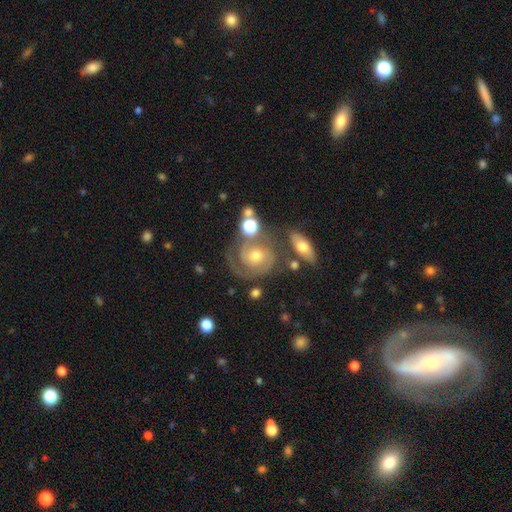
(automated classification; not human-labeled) smooth-or-featured: featured or disk: 84% | smooth: 10% | star or artifact: 6%
  disk-edge-on: no: 97% | yes: 3%
    bar: no: 71% | weak: 24% | strong: 5%
    has-spiral-arms: yes: 96% | no: 4%
      spiral-winding: tight: 65% | medium: 29% | loose: 7%
      spiral-arm-count: 2: 58% | 1: 17% | can't tell: 12% | 3: 8% | 4: 2% | more than 4: 2%
    bulge-size: moderate: 59% | small: 34% | large: 4% | none: 2% | dominant: 1%
  merging: none: 58% | minor disturbance: 17% | major disturbance: 13% | merger: 12%